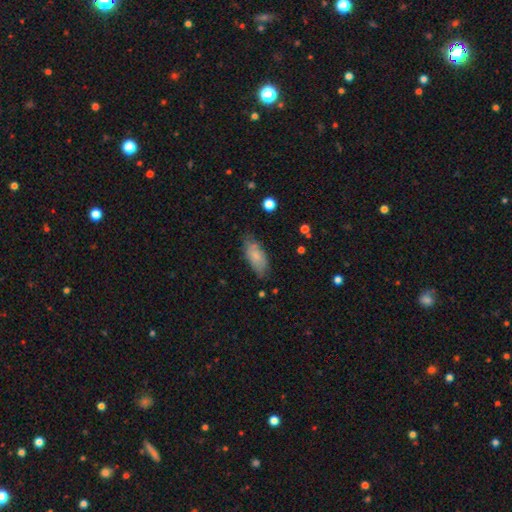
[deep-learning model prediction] smooth_or_featured: smooth (p=0.77) [alt: featured or disk p=0.16]
how_rounded: in between (p=0.85) [alt: cigar-shaped p=0.13]
merging: none (p=0.70) [alt: minor disturbance p=0.23]